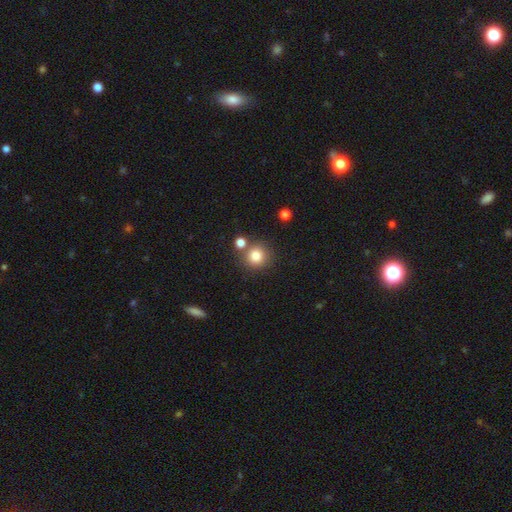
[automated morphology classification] Overall: smooth (82%). How rounded: round (92%). Merging: none (73%).